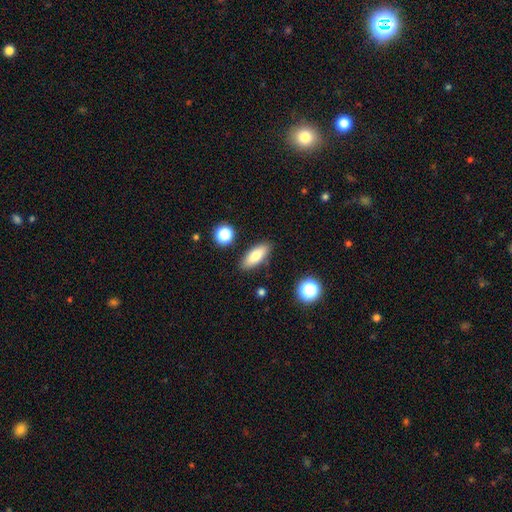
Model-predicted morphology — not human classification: This appears to be a smooth galaxy with no disk features (77%) that is in between round and cigar-shaped (71%). Merging: none (86%).